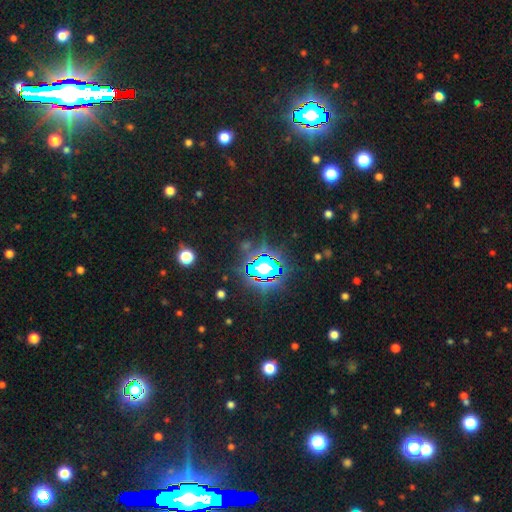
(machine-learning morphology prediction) Overall: star or artifact (83%).